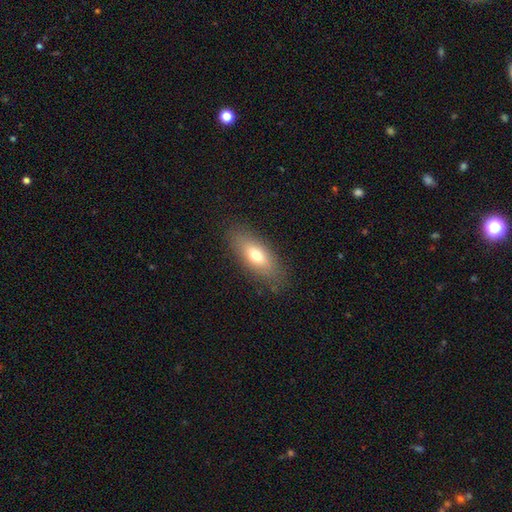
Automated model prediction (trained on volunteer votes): Overall: smooth (69%). How rounded: in between (77%). Merging: none (83%).